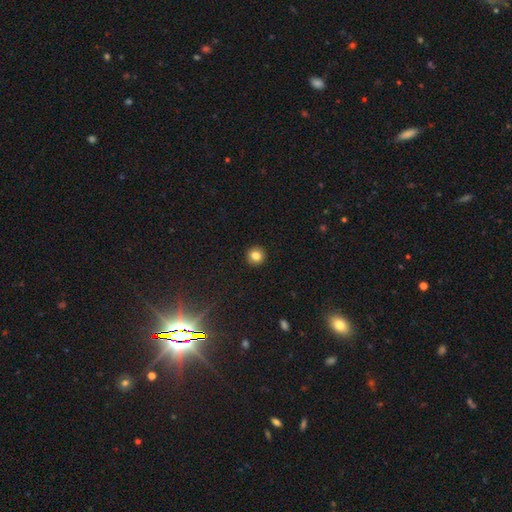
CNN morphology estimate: The model was most divided on "smooth or featured": smooth: 82%, star or artifact: 11%, featured or disk: 7%. More confident: how rounded — round (95%); merging — none (93%).